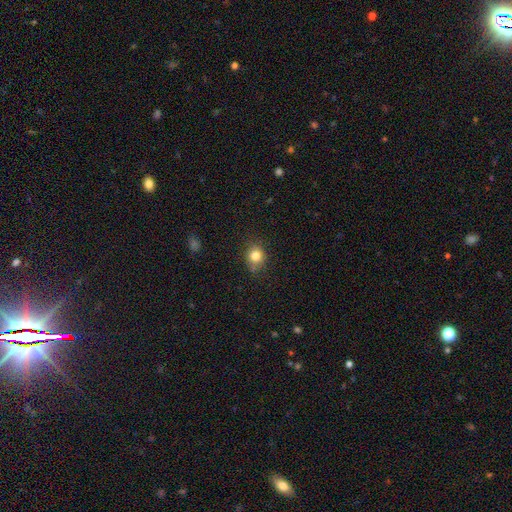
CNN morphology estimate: Smooth or featured: smooth — 81% (star or artifact — 12%)
How rounded: round — 71% (in between — 28%)
Merging: none — 76% (minor disturbance — 18%)